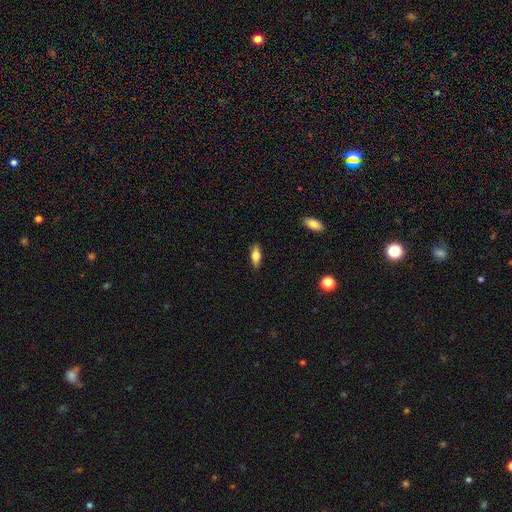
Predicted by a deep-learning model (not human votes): This appears to be a smooth galaxy with no disk features (65%) that is in between round and cigar-shaped (69%). Merging: none (87%).